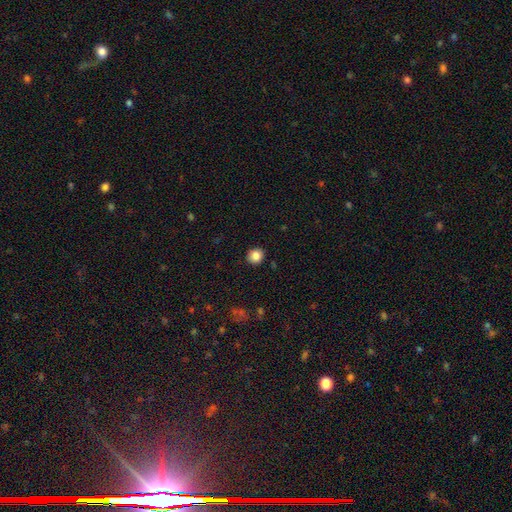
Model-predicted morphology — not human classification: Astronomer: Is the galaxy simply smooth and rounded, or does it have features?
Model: smooth — 85%.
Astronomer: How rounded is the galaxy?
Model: round — 86%.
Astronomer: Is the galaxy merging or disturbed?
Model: none — 90%.